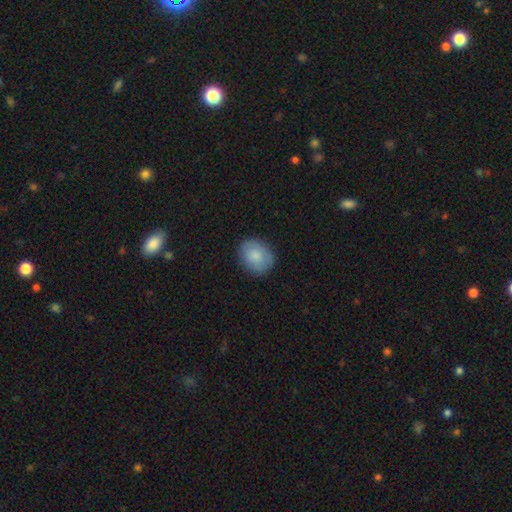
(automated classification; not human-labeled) Smooth or featured? smooth (84%)
How rounded? round (53%)
Merging? none (84%)